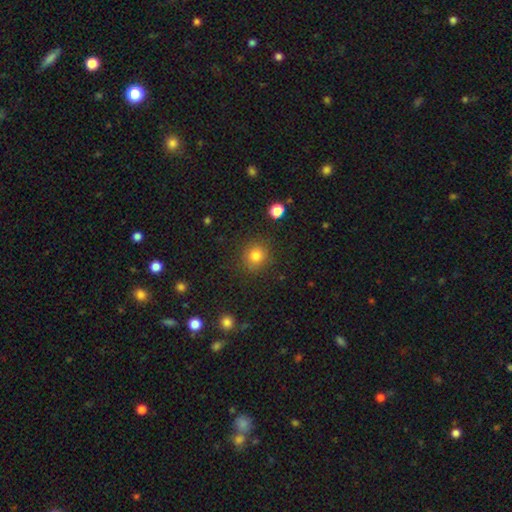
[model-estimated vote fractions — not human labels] smooth 82%, star or artifact 12%, featured or disk 6%. Down the decision tree: how rounded — round (88%); merging — none (87%).